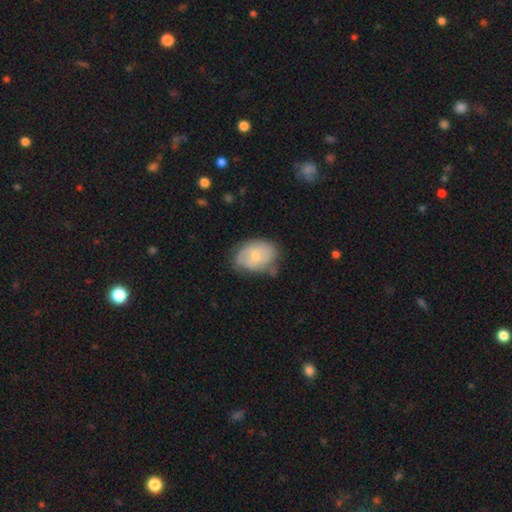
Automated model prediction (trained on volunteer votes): Smooth or featured? smooth (55%)
How rounded? in between (77%)
Merging? none (55%)